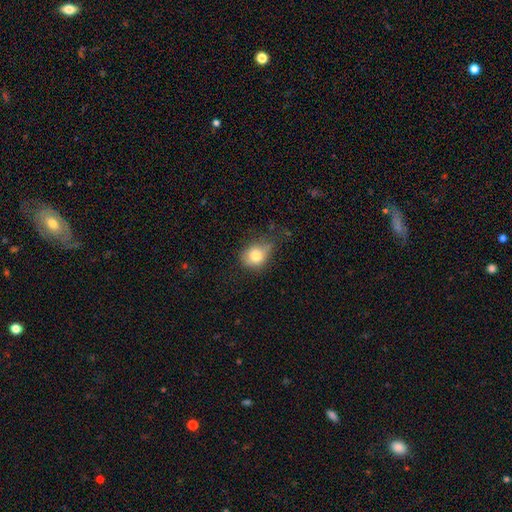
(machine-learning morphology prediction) type=smooth (76%); roundness=round (51%); merging=none (47%).